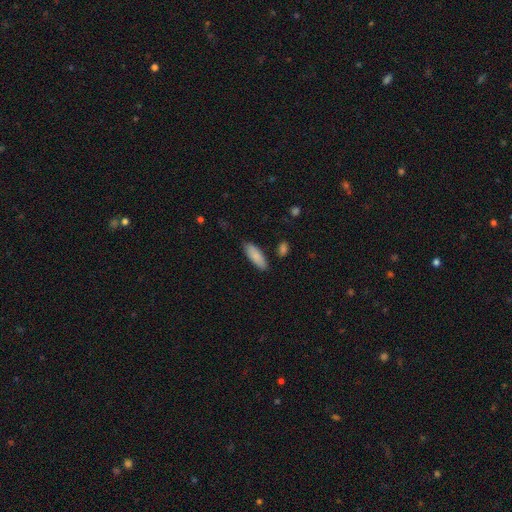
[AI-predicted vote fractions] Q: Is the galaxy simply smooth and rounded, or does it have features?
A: smooth — 85%.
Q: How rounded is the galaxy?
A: in between — 67%.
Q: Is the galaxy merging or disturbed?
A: none — 84%.